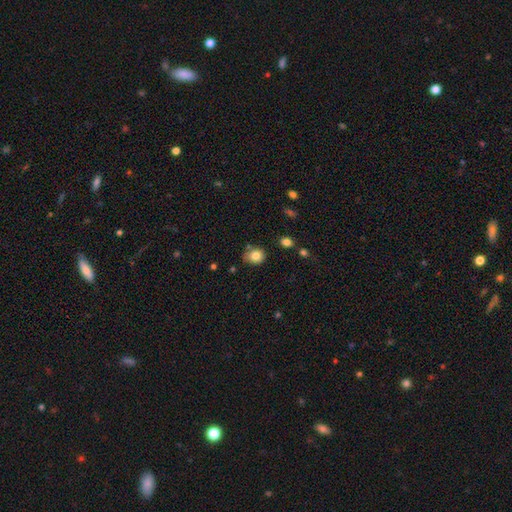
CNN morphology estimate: type=smooth (81%); roundness=round (71%); merging=none (70%).